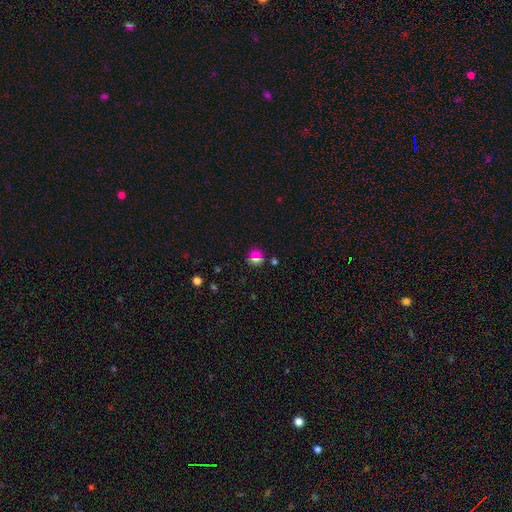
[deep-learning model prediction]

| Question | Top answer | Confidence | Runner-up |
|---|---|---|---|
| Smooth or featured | smooth | 65% | star or artifact (26%) |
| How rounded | round | 90% | in between (9%) |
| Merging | none | 83% | minor disturbance (9%) |